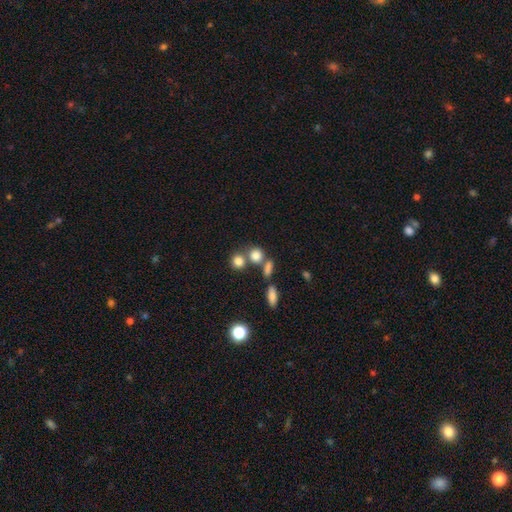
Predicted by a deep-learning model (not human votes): smooth 78%, star or artifact 13%, featured or disk 9%. Down the decision tree: how rounded — round (79%); merging — none (53%).